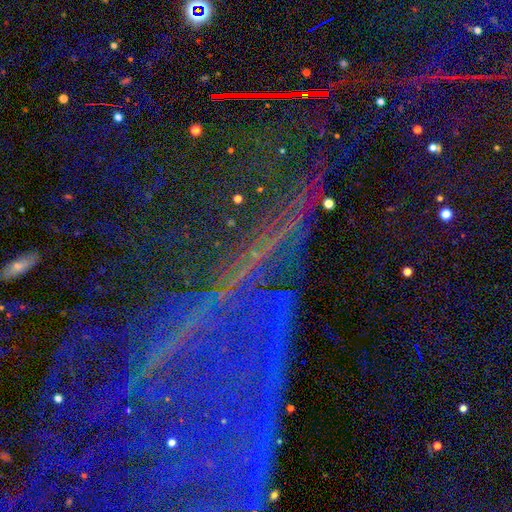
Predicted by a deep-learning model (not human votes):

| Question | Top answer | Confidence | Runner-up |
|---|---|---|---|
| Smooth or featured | star or artifact | 86% | featured or disk (8%) |